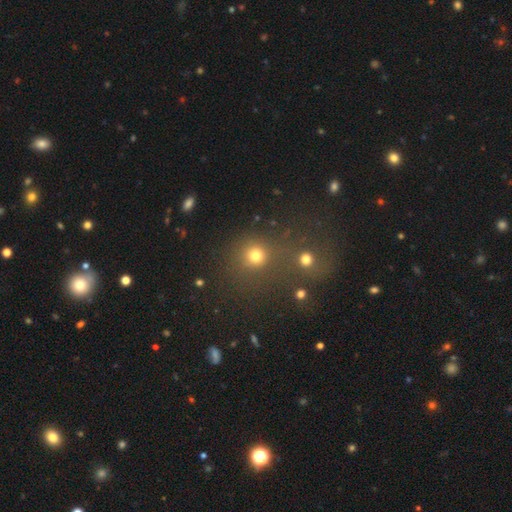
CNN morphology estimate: smooth_or_featured: smooth (p=0.74) [alt: star or artifact p=0.19]
how_rounded: round (p=0.90) [alt: in between p=0.09]
merging: none (p=0.66) [alt: merger p=0.20]